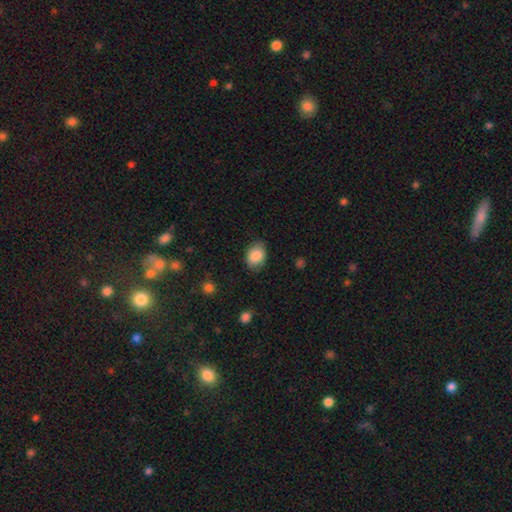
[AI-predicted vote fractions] Q: Smooth or featured?
A: smooth (87%); runner-up: star or artifact (8%)
Q: How rounded?
A: in between (69%); runner-up: round (30%)
Q: Merging?
A: none (80%); runner-up: minor disturbance (15%)